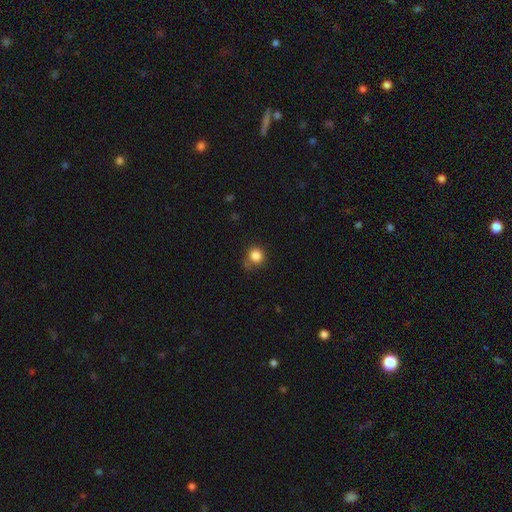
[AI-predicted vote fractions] This appears to be a smooth galaxy with no disk features (84%) that is round (89%). Merging: none (68%).